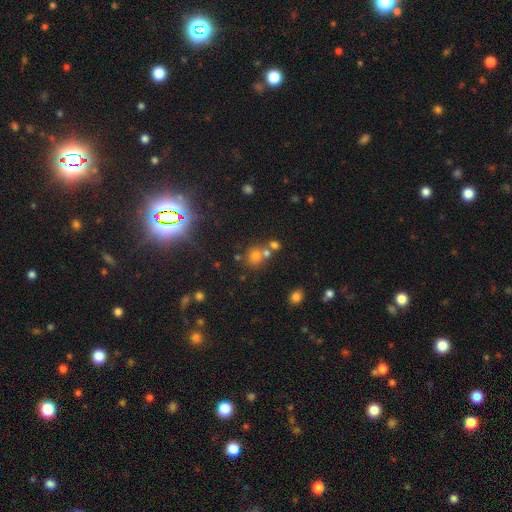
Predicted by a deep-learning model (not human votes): Smooth or featured? smooth (63%)
How rounded? round (79%)
Merging? none (54%)